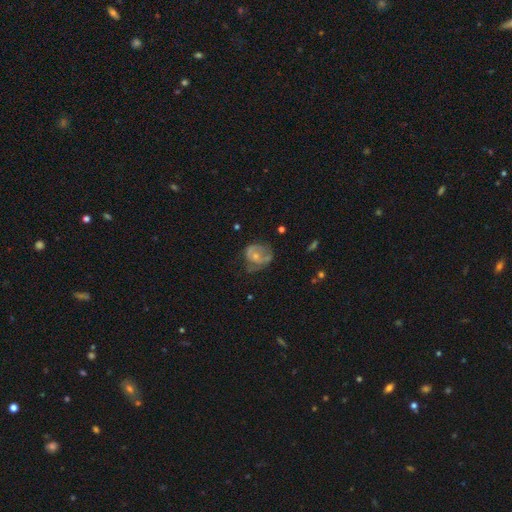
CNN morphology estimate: This appears to be a featured or disk galaxy (52%) with no bar (78%), no spiral arms (52%) and a small central bulge (57%). Merging: none (37%).